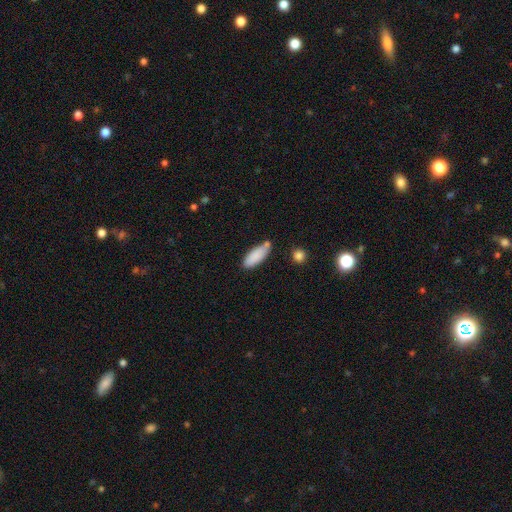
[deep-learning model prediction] Smooth or featured: smooth — 87% (featured or disk — 7%)
How rounded: in between — 68% (cigar-shaped — 30%)
Merging: none — 67% (minor disturbance — 19%)